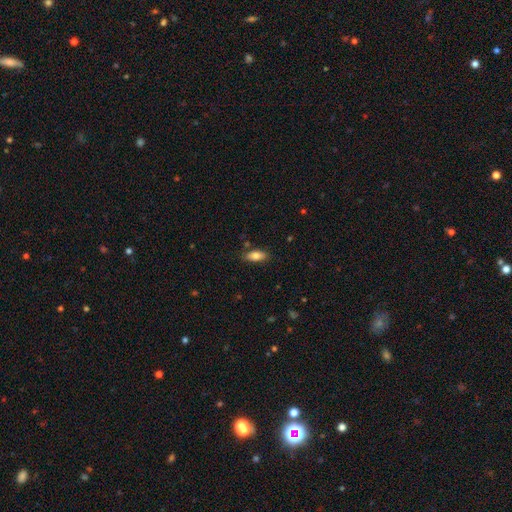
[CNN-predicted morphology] smooth_or_featured: smooth (p=0.79) [alt: featured or disk p=0.14]
how_rounded: in between (p=0.83) [alt: cigar-shaped p=0.15]
merging: none (p=0.82) [alt: minor disturbance p=0.13]